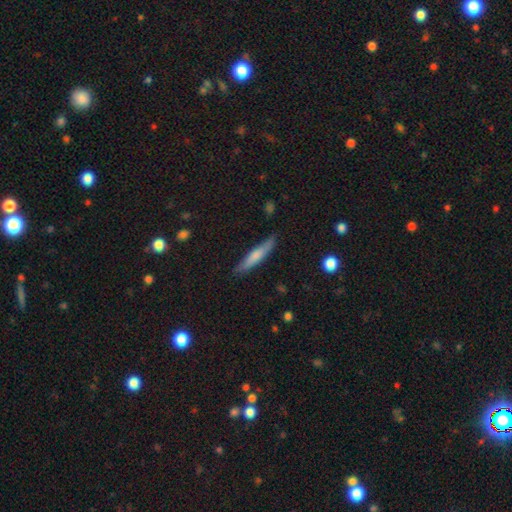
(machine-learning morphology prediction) Smooth or featured? smooth (62%)
How rounded? cigar-shaped (90%)
Merging? none (85%)